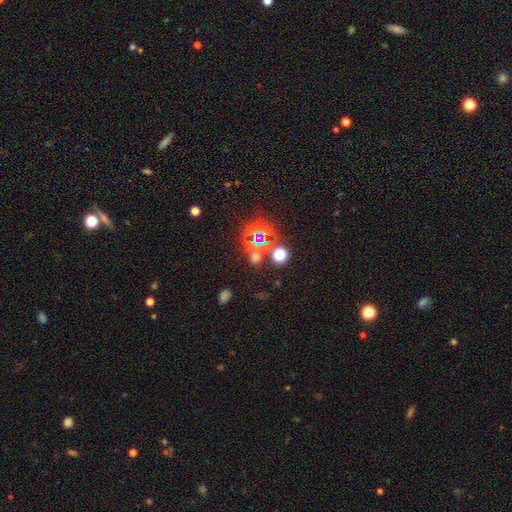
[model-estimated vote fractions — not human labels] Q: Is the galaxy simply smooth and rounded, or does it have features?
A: star or artifact — 65%.